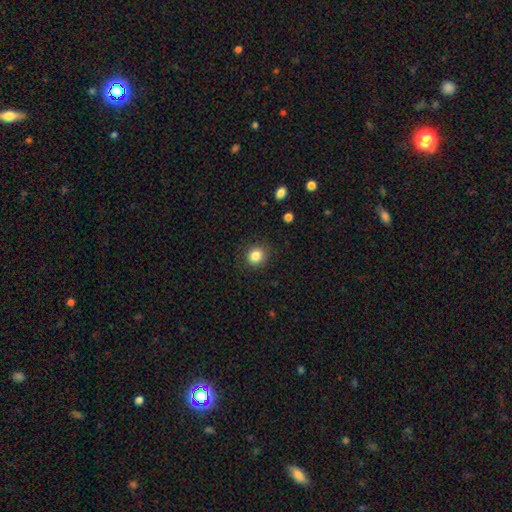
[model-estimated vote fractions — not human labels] Smooth or featured?
  - smooth: 84% *
  - star or artifact: 11%
  - featured or disk: 5%
How rounded?
  - round: 88% *
  - in between: 12%
  - cigar-shaped: 1%
Merging?
  - none: 89% *
  - minor disturbance: 8%
  - major disturbance: 3%
  - merger: 1%